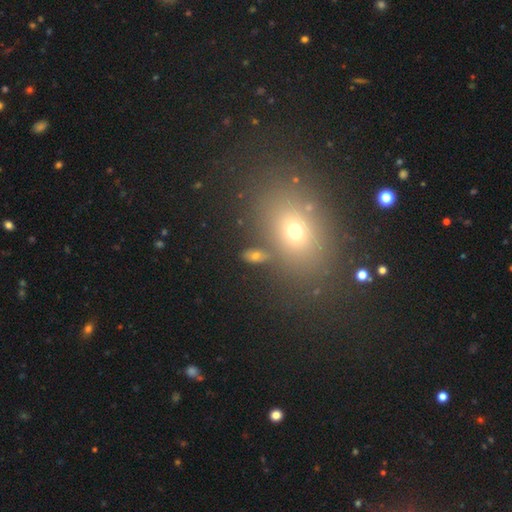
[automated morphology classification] Q: Smooth or featured?
A: smooth (61%); runner-up: star or artifact (23%)
Q: How rounded?
A: in between (72%); runner-up: round (25%)
Q: Merging?
A: none (75%); runner-up: minor disturbance (11%)